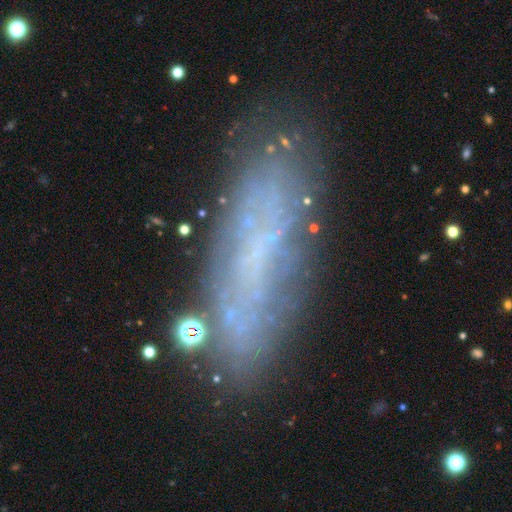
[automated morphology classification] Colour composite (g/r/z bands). It shows a featured or disk galaxy (55%). Merging: none (74%).